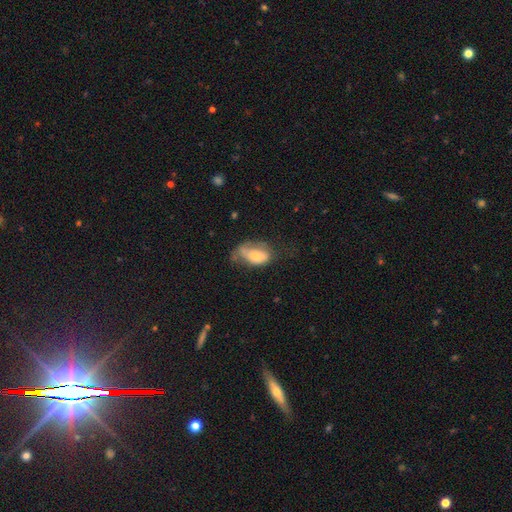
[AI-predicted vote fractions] Q: Smooth or featured?
A: smooth (63%); runner-up: featured or disk (29%)
Q: How rounded?
A: in between (91%); runner-up: round (6%)
Q: Merging?
A: minor disturbance (34%); runner-up: none (32%)